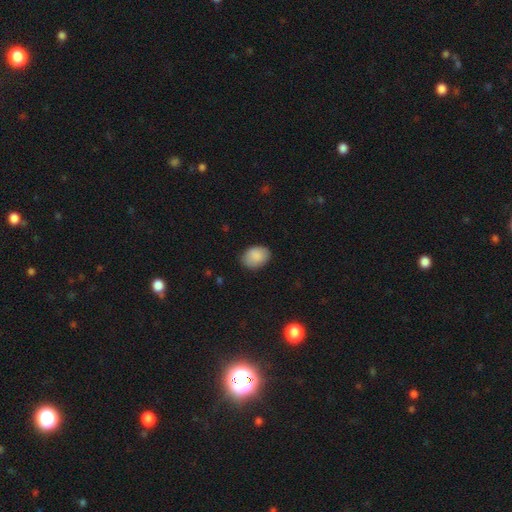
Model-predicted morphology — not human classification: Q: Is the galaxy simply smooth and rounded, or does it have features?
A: smooth — 88%.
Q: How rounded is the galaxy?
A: in between — 73%.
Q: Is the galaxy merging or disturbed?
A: none — 83%.